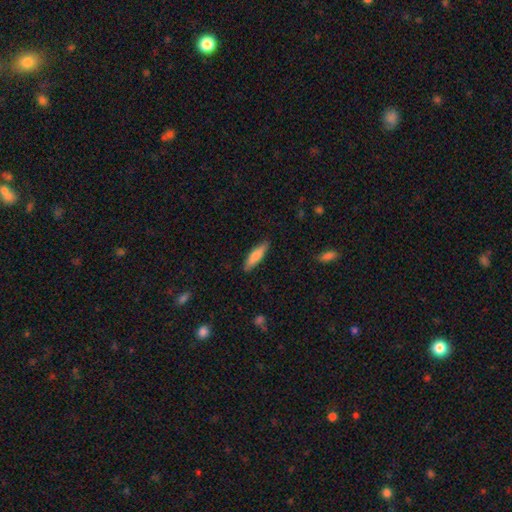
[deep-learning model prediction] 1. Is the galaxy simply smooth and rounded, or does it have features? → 76% smooth, 19% featured or disk, 6% star or artifact.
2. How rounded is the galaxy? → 71% cigar-shaped, 28% in between, 2% round.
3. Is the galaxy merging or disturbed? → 88% none, 9% minor disturbance, 2% major disturbance, 1% merger.